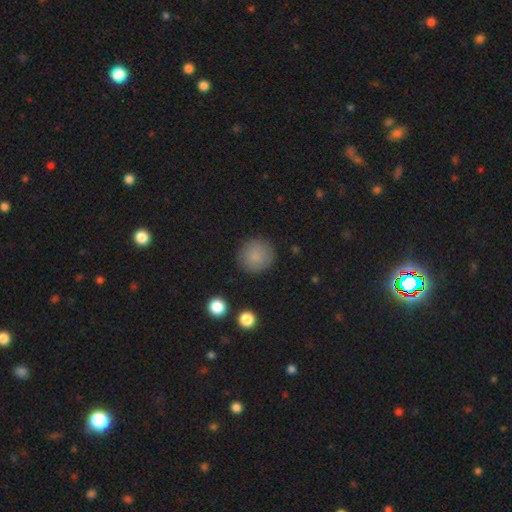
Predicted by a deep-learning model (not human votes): Smooth or featured?
  - smooth: 85% *
  - star or artifact: 9%
  - featured or disk: 6%
How rounded?
  - round: 93% *
  - in between: 6%
  - cigar-shaped: 1%
Merging?
  - none: 88% *
  - minor disturbance: 8%
  - major disturbance: 3%
  - merger: 1%